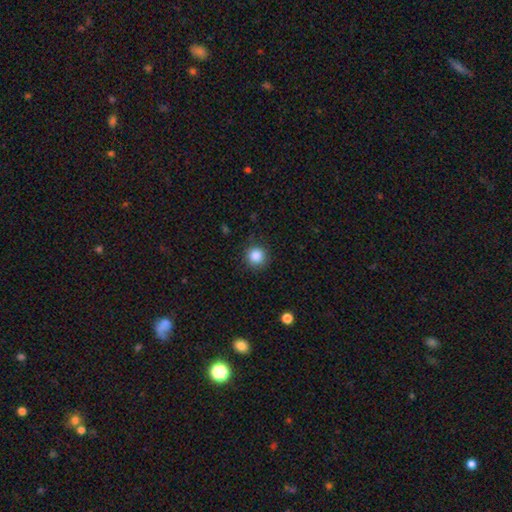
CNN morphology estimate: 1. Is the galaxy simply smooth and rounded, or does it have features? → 86% smooth, 10% star or artifact, 4% featured or disk.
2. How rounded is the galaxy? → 94% round, 5% in between, 1% cigar-shaped.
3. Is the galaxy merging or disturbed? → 88% none, 8% minor disturbance, 3% major disturbance, 1% merger.